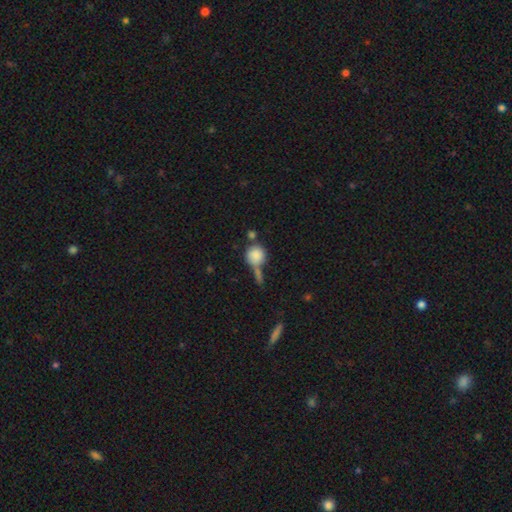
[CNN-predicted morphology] A smooth galaxy with no disk features (83%) that is round (90%).

Vote fractions:
- Smooth or featured? smooth: 83% / featured or disk: 9% / star or artifact: 8%
- How rounded? round: 90% / in between: 9% / cigar-shaped: 1%
- Merging? none: 41% / merger: 36% / minor disturbance: 14% / major disturbance: 9%